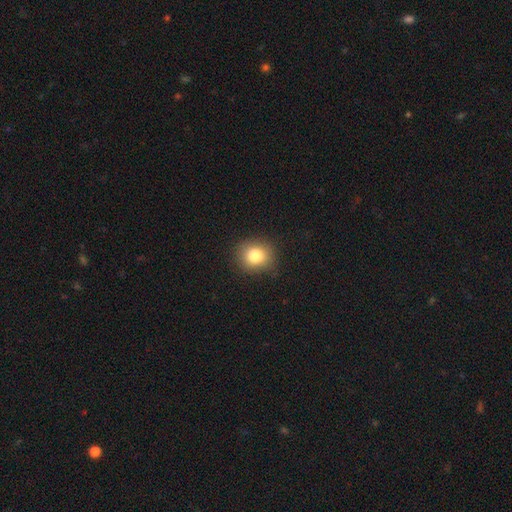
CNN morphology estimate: This is clearly a smooth galaxy (82%). How rounded: likely round (77%). Merging: clearly none (88%).